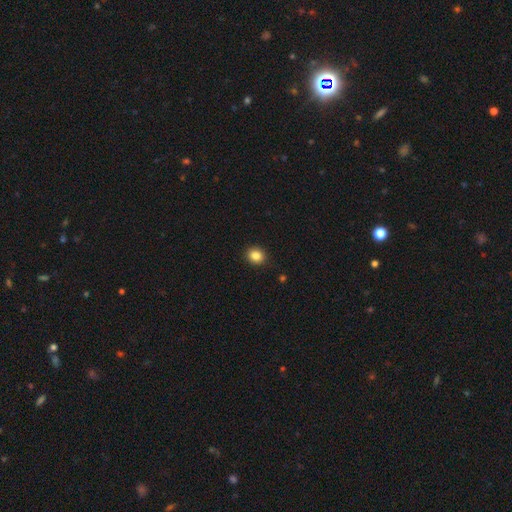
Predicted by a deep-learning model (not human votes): smooth_or_featured: smooth (p=0.85) [alt: star or artifact p=0.10]
how_rounded: round (p=0.75) [alt: in between p=0.25]
merging: none (p=0.90) [alt: minor disturbance p=0.07]